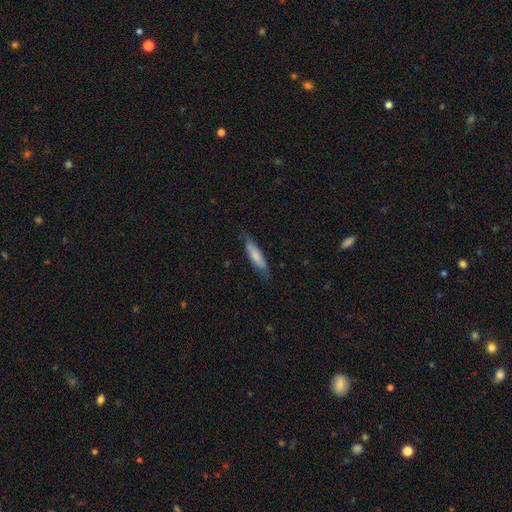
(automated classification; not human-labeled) This appears to be a smooth galaxy with no disk features (74%) that is cigar-shaped (70%). Merging: none (75%).